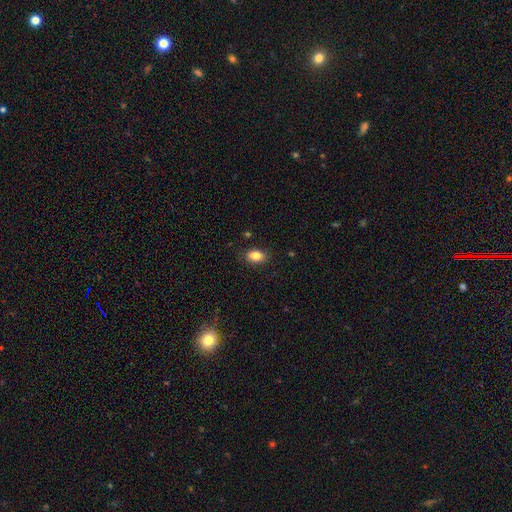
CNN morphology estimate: A smooth galaxy with no disk features (84%) that is in between round and cigar-shaped (82%).

Vote fractions:
- Smooth or featured? smooth: 84% / star or artifact: 9% / featured or disk: 7%
- How rounded? in between: 82% / round: 16% / cigar-shaped: 2%
- Merging? none: 86% / minor disturbance: 11% / major disturbance: 2% / merger: 1%